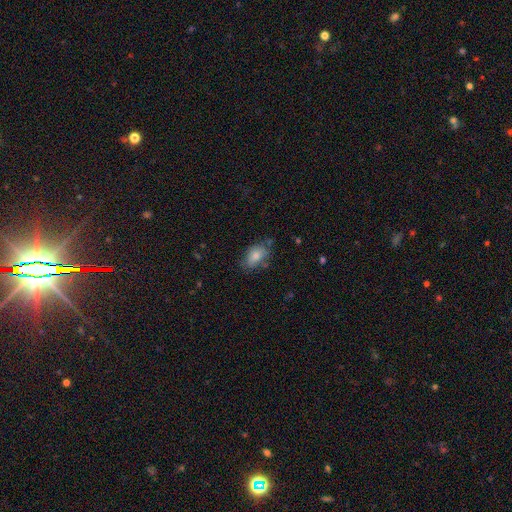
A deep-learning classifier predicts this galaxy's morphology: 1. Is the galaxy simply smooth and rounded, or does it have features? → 79% smooth, 13% featured or disk, 8% star or artifact.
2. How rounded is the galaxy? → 88% in between, 10% round, 2% cigar-shaped.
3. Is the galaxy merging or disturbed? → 63% none, 25% minor disturbance, 7% major disturbance, 5% merger.